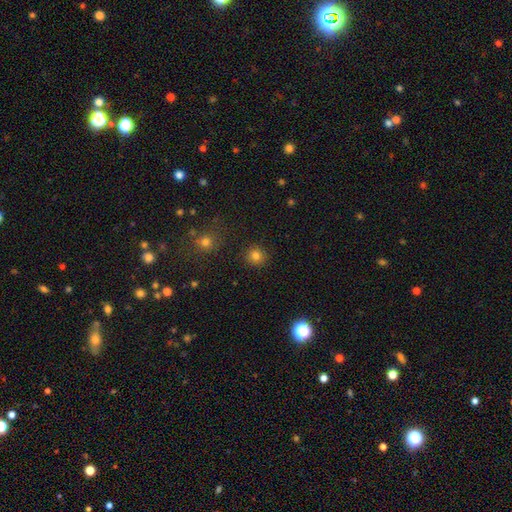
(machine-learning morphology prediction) Q: Smooth or featured?
A: smooth (81%); runner-up: star or artifact (14%)
Q: How rounded?
A: round (93%); runner-up: in between (6%)
Q: Merging?
A: none (90%); runner-up: minor disturbance (6%)